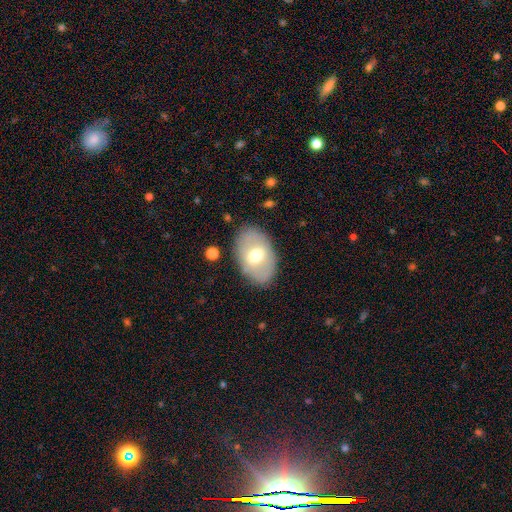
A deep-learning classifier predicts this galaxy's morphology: This appears to be a smooth galaxy with no disk features (57%) that is in between round and cigar-shaped (87%). Merging: none (83%).